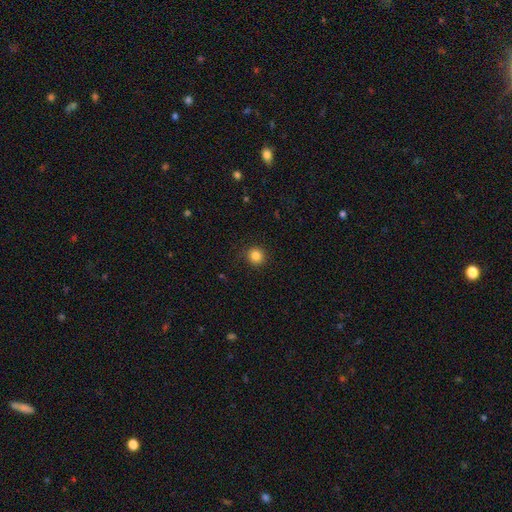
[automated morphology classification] Q: Smooth or featured?
A: smooth (84%); runner-up: star or artifact (12%)
Q: How rounded?
A: round (92%); runner-up: in between (8%)
Q: Merging?
A: none (90%); runner-up: minor disturbance (7%)